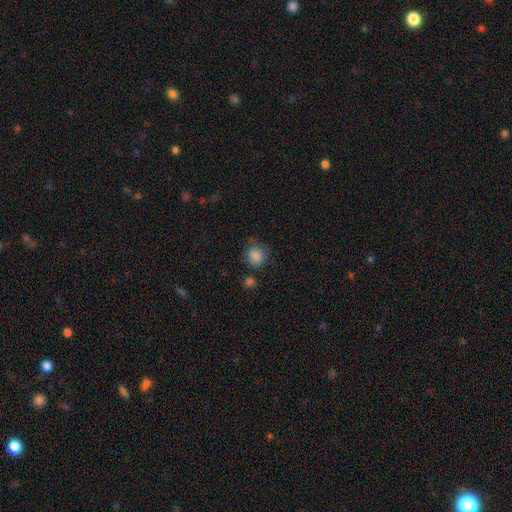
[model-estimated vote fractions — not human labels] Morphology: type=smooth (86%); roundness=round (87%); merging=none (74%).